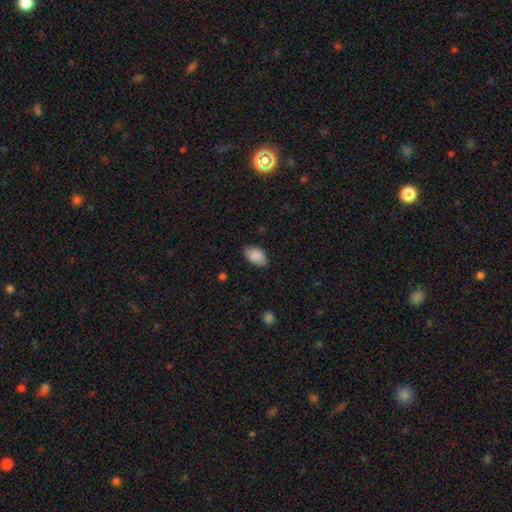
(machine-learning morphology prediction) Q: Smooth or featured?
A: smooth (88%); runner-up: star or artifact (7%)
Q: How rounded?
A: in between (90%); runner-up: round (8%)
Q: Merging?
A: none (77%); runner-up: minor disturbance (18%)